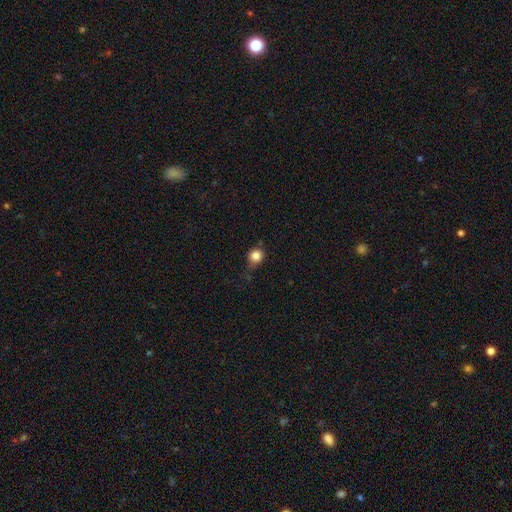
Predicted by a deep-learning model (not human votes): A smooth galaxy with no disk features (82%) that is round (87%).

Vote fractions:
- Smooth or featured? smooth: 82% / star or artifact: 11% / featured or disk: 7%
- How rounded? round: 87% / in between: 12% / cigar-shaped: 1%
- Merging? none: 56% / minor disturbance: 30% / major disturbance: 11% / merger: 3%